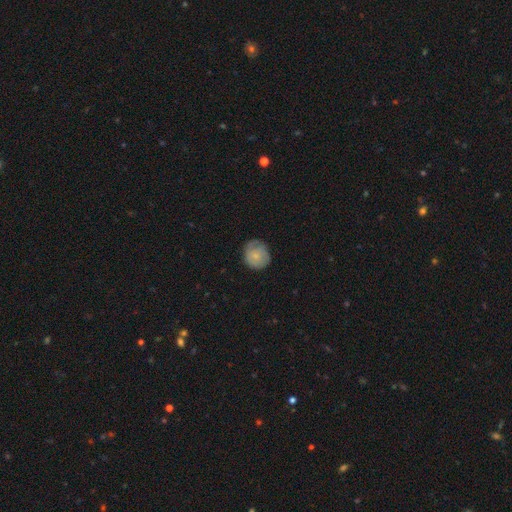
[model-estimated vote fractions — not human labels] smooth-or-featured: smooth: 62% | featured or disk: 31% | star or artifact: 7%
  how-rounded: round: 83% | in between: 16% | cigar-shaped: 1%
  merging: none: 67% | minor disturbance: 24% | major disturbance: 7% | merger: 1%